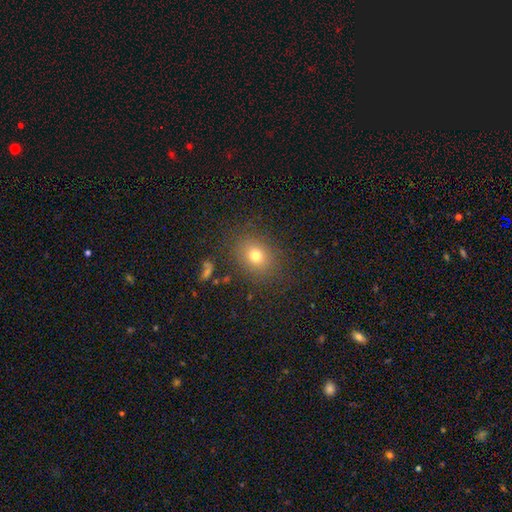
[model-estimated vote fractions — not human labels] smooth 75%, star or artifact 15%, featured or disk 10%. Down the decision tree: how rounded — round (55%); merging — none (84%).